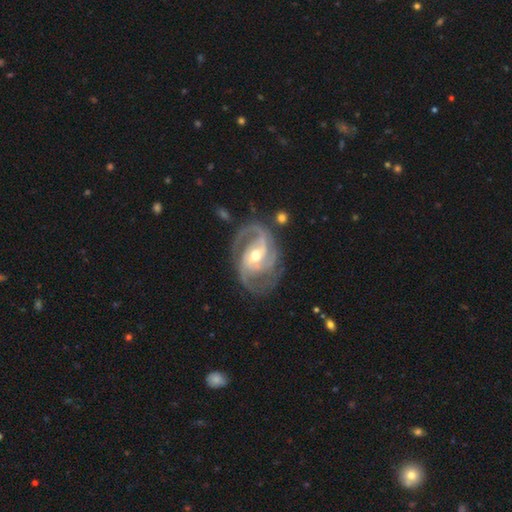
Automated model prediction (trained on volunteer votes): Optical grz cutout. It shows a featured or disk galaxy (92%) with a weak bar (44%), 2 (48%) medium (51%) spiral arms (98%) and a moderate central bulge (64%). Merging: none (68%).